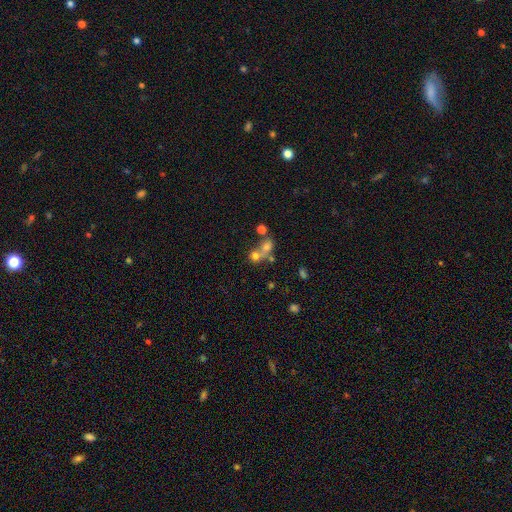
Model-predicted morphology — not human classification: Q: Smooth or featured?
A: smooth (63%); runner-up: featured or disk (20%)
Q: How rounded?
A: round (76%); runner-up: in between (22%)
Q: Merging?
A: merger (61%); runner-up: none (29%)